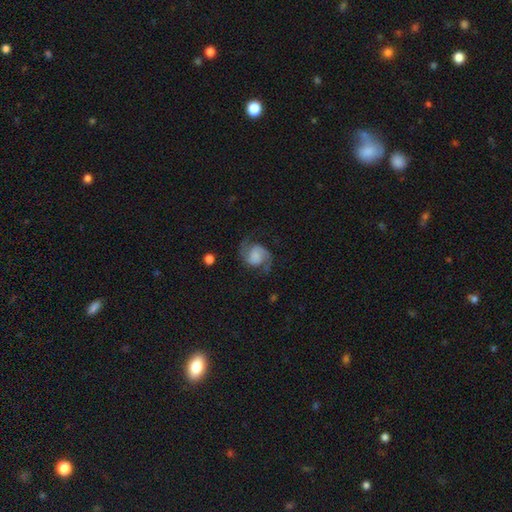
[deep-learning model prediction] The model was most divided on "spiral winding": medium: 51%, loose: 36%, tight: 14%. Remaining: edge-on disk — no (98%); spiral arms — yes (97%); spiral arm count — 2 (94%); smooth or featured — featured or disk (85%); merging — none (78%); bar — no (60%); bulge size — none (43%).